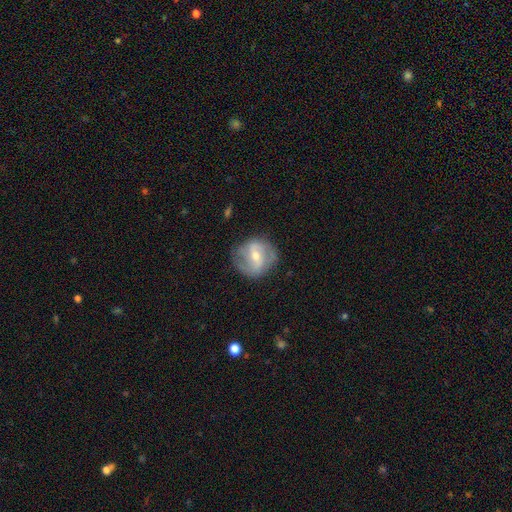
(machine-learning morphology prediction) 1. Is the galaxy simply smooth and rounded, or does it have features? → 73% featured or disk, 21% smooth, 7% star or artifact.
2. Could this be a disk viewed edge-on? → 96% no, 4% yes.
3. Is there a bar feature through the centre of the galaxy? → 43% weak, 36% strong, 22% no.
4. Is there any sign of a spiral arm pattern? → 83% yes, 17% no.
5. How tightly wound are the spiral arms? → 44% medium, 29% loose, 27% tight.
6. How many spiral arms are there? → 80% 2, 11% can't tell, 3% 1, 3% 3, 1% 4, 1% more than 4.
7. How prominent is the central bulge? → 50% moderate, 46% small, 2% large, 1% none, 1% dominant.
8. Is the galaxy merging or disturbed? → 77% none, 16% minor disturbance, 6% major disturbance, 1% merger.